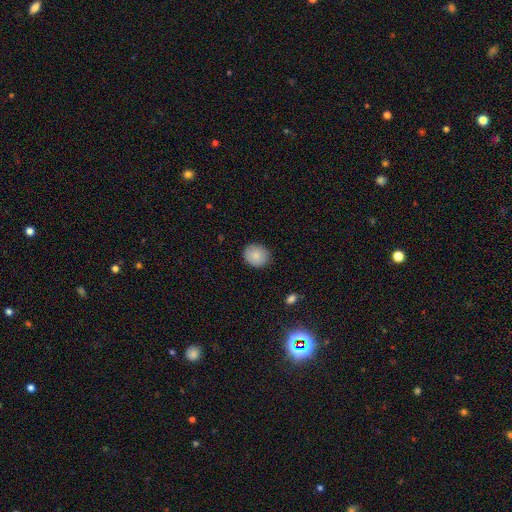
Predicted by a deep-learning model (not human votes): smooth-or-featured: smooth: 86% | star or artifact: 7% | featured or disk: 7%
  how-rounded: round: 76% | in between: 23% | cigar-shaped: 1%
  merging: none: 86% | minor disturbance: 11% | major disturbance: 2% | merger: 1%